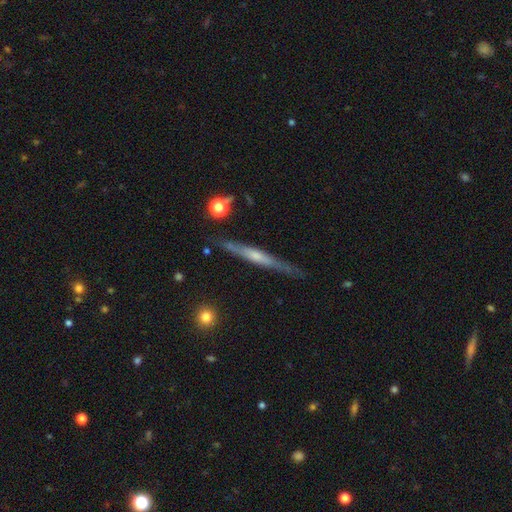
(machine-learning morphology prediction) type=featured or disk (67%); edge-on=yes (95%); edge-on bulge=none (46%); merging=none (80%).